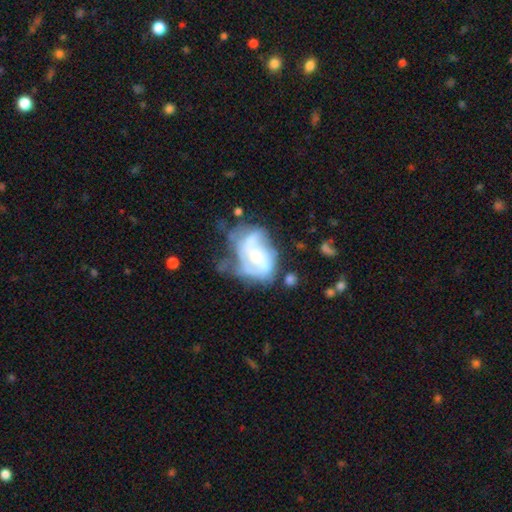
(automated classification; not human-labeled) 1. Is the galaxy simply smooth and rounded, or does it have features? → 70% featured or disk, 22% smooth, 8% star or artifact.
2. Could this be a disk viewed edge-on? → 98% no, 2% yes.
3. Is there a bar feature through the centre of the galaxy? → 75% no, 20% weak, 5% strong.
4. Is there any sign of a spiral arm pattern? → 56% yes, 44% no.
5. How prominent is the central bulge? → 48% moderate, 35% small, 8% none, 7% large, 2% dominant.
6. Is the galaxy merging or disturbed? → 27% none (tied), 27% merger (tied), 25% major disturbance, 20% minor disturbance.